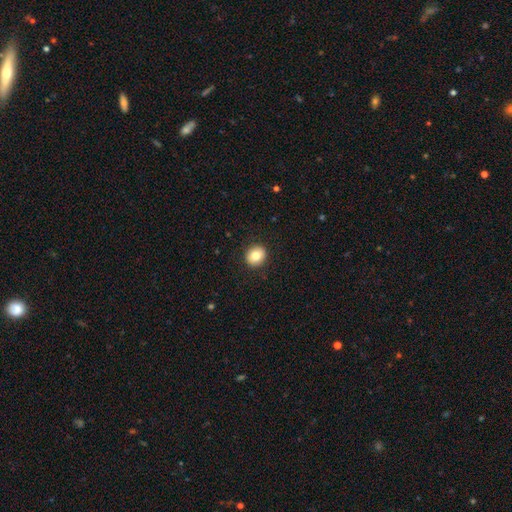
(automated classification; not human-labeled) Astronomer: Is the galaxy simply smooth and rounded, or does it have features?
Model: smooth — 81%.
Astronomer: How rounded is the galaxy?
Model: round — 76%.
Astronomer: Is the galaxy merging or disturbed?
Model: none — 91%.